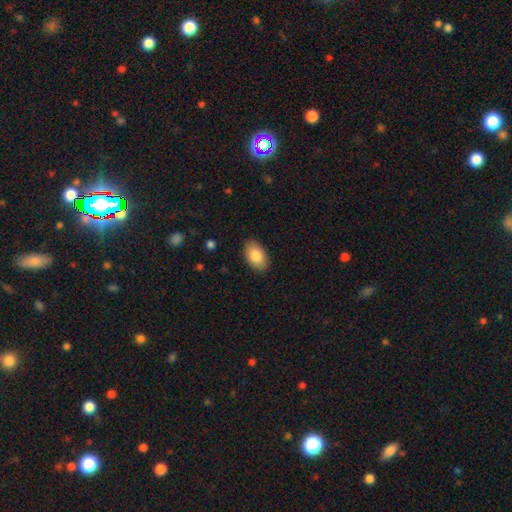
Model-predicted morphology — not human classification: type=smooth (83%); roundness=in between (92%); merging=none (88%).